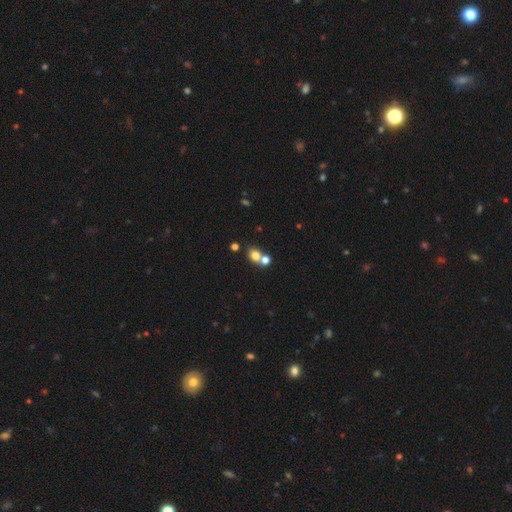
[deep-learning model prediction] Smooth or featured? smooth (76%)
How rounded? round (66%)
Merging? merger (45%)